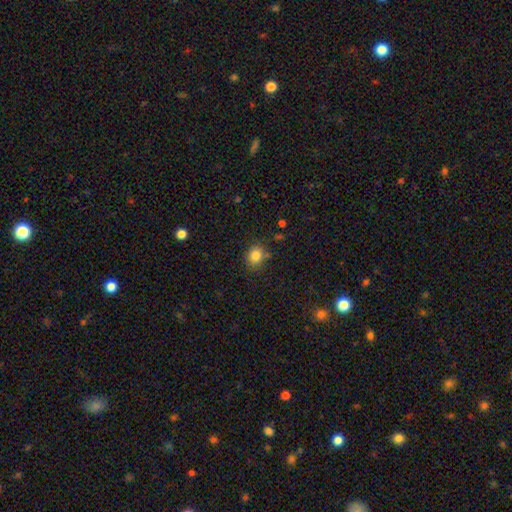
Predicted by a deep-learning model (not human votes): Q: Smooth or featured?
A: smooth (83%); runner-up: star or artifact (11%)
Q: How rounded?
A: round (72%); runner-up: in between (27%)
Q: Merging?
A: none (80%); runner-up: minor disturbance (13%)